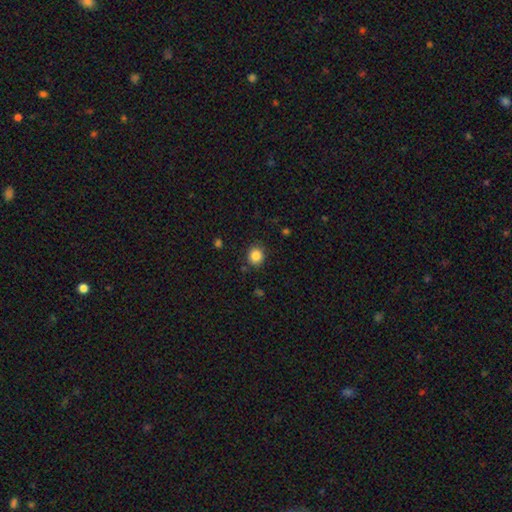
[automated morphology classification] Q: Smooth or featured?
A: smooth (86%); runner-up: star or artifact (10%)
Q: How rounded?
A: round (83%); runner-up: in between (16%)
Q: Merging?
A: none (86%); runner-up: minor disturbance (9%)